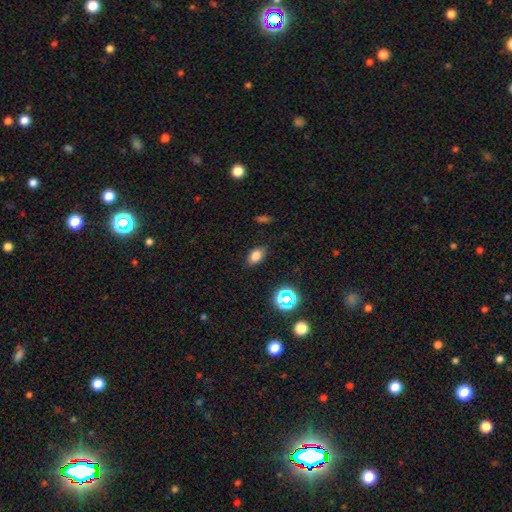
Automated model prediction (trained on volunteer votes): Smooth or featured? smooth (78%)
How rounded? in between (85%)
Merging? none (84%)